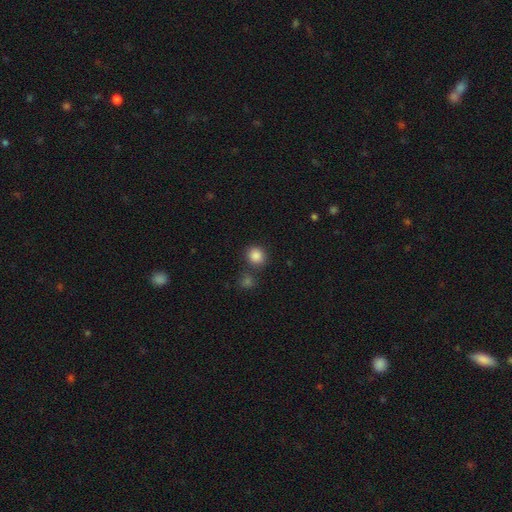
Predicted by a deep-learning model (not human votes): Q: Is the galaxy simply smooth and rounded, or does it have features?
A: smooth — 86%.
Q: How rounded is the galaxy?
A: round — 83%.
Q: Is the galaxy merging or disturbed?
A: none — 75%.